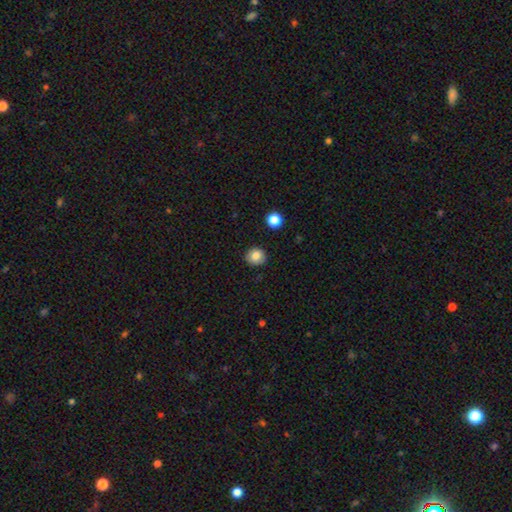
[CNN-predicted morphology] A smooth galaxy with no disk features (83%) that is round (82%). Merging: none (88%).